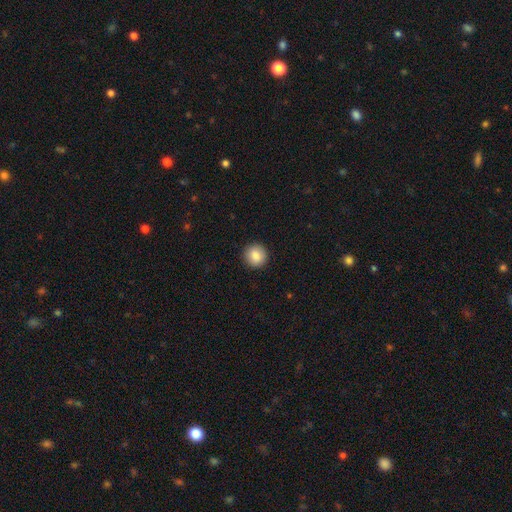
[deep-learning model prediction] Morphology: type=smooth (87%); roundness=round (94%); merging=none (92%).